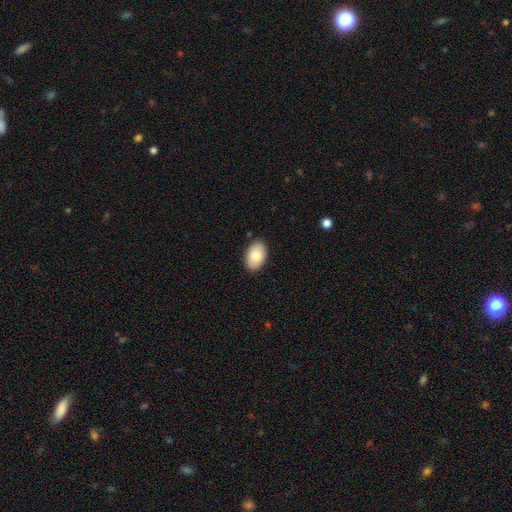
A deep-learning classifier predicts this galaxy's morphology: The model was most divided on "smooth or featured": smooth: 83%, featured or disk: 11%, star or artifact: 6%. More confident: how rounded — in between (91%); merging — none (89%).